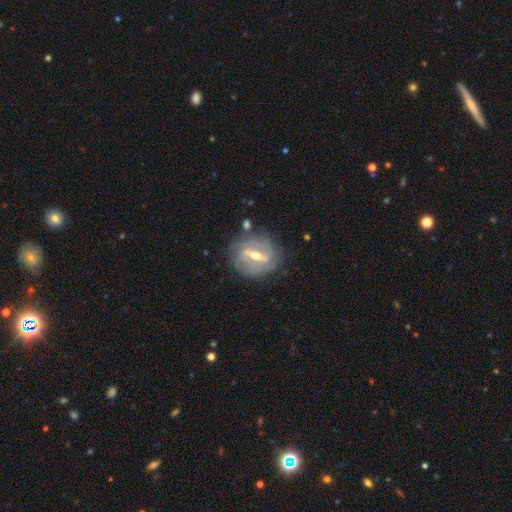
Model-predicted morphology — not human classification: This is likely a featured or disk galaxy (77%). It is clearly not viewed edge-on (85%). Bar: likely strong (64%). Spiral arm pattern: possibly yes (58%). Central bulge: likely moderate (66%). Merging: likely none (77%).